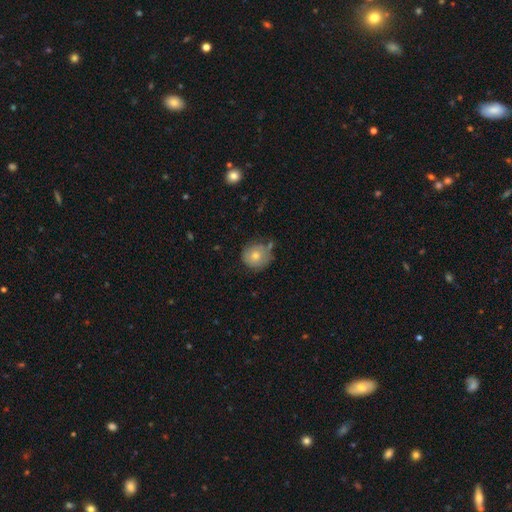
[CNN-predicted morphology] This is likely a smooth galaxy (76%). How rounded: clearly round (89%). Merging: likely none (67%).